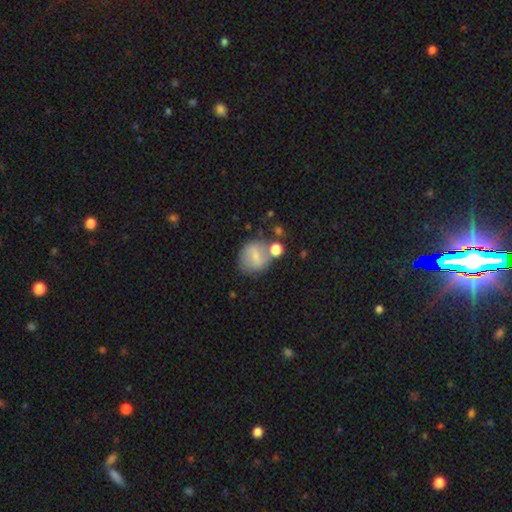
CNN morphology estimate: Overall: smooth (65%; featured or disk 25%). How rounded: round (77%). Merging: none (54%; merger 20%).